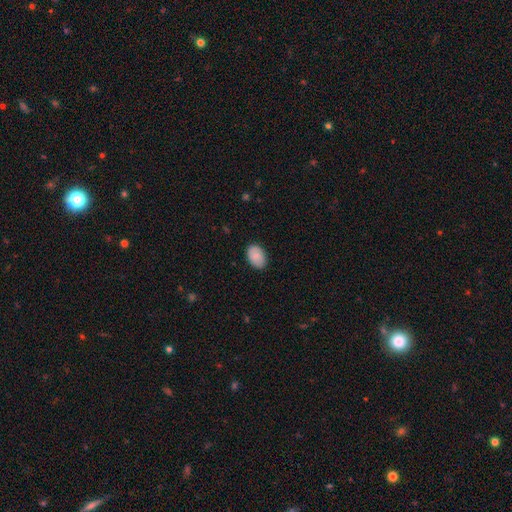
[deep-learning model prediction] Smooth or featured: smooth — 81% (featured or disk — 13%)
How rounded: in between — 85% (round — 14%)
Merging: none — 85% (minor disturbance — 12%)